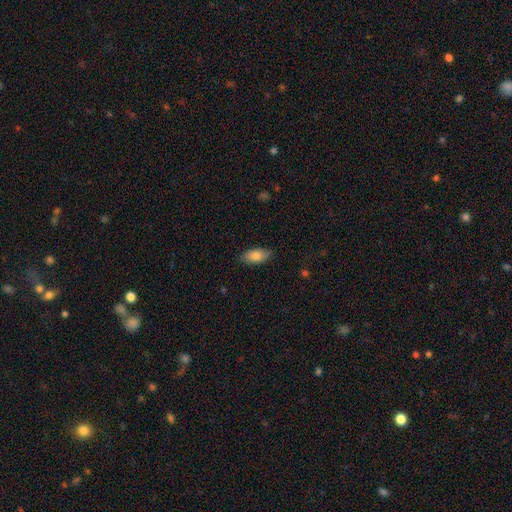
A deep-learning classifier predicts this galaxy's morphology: Smooth or featured? Predicted: smooth (p=0.84). How rounded? Predicted: in between (p=0.92). Merging? Predicted: none (p=0.85).